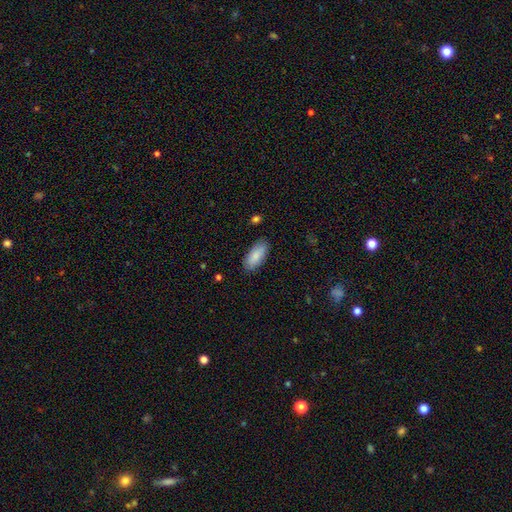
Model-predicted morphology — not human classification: smooth 86%, featured or disk 8%, star or artifact 6%. Down the decision tree: how rounded — in between (88%); merging — none (86%).